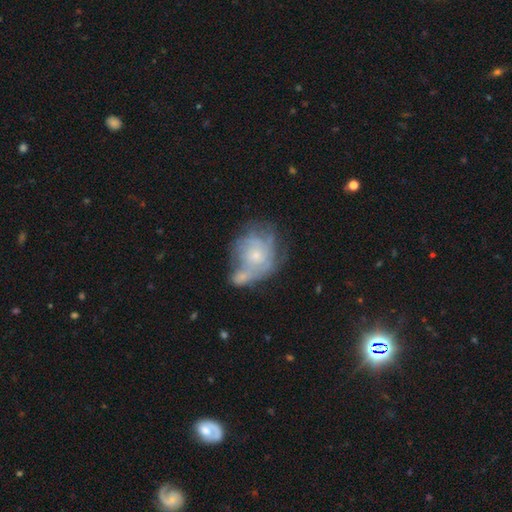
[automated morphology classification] Smooth or featured? Predicted: featured or disk (p=0.64). Edge-on disk? Predicted: no (p=0.97). Bar? Predicted: no (p=0.82). Spiral arms? Predicted: yes (p=0.67). Bulge size? Predicted: small (p=0.70). Merging? Predicted: merger (p=0.35).